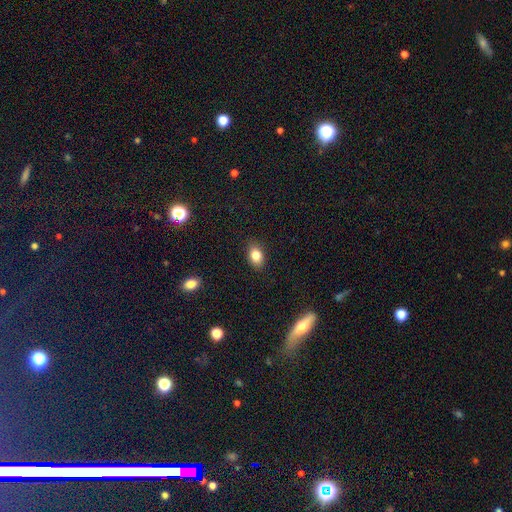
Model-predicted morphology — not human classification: Overall: smooth (81%). How rounded: in between (82%). Merging: none (86%).